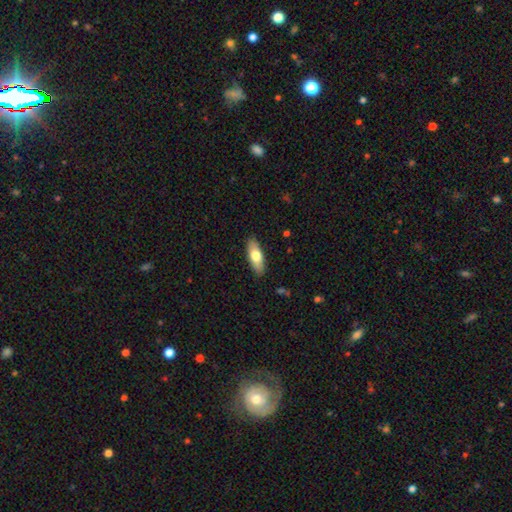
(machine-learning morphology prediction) smooth 69%, featured or disk 26%, star or artifact 6%. Down the decision tree: how rounded — in between (73%); merging — none (89%).